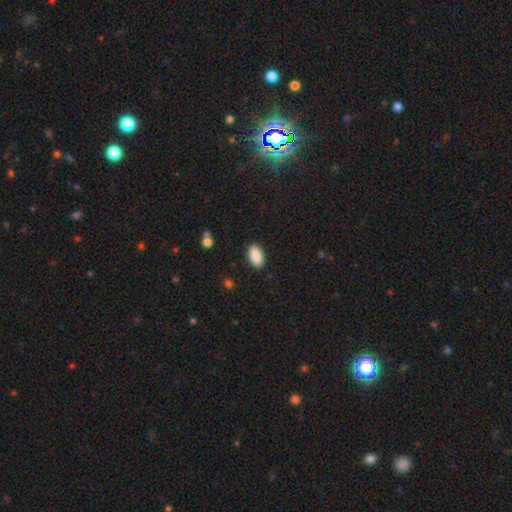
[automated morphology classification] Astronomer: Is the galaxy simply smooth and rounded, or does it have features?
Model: smooth — 90%.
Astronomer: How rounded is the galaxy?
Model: in between — 93%.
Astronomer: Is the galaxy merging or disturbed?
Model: none — 88%.